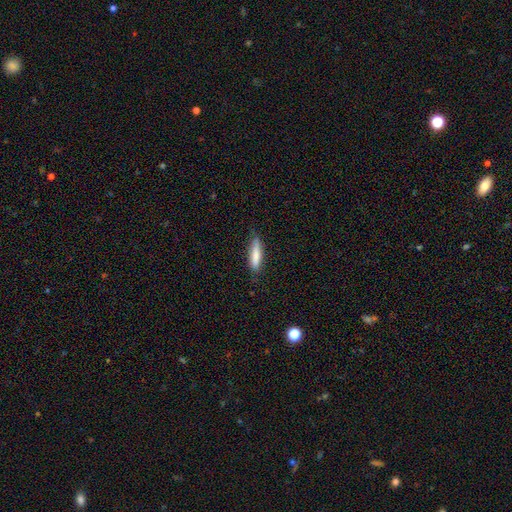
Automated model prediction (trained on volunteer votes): Morphology: type=smooth (77%); roundness=cigar-shaped (78%); merging=none (79%).